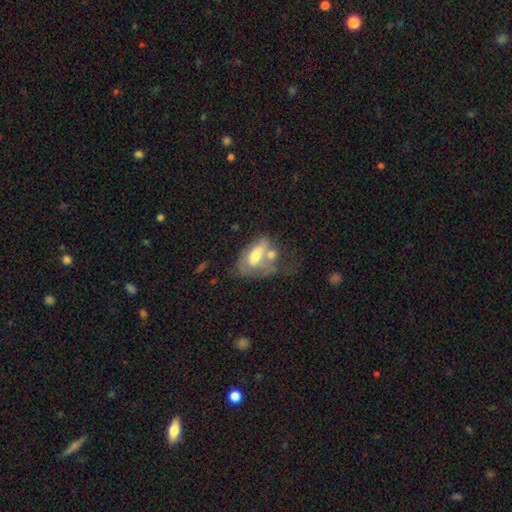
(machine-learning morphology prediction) Overall: smooth (51%; featured or disk 41%). How rounded: in between (86%). Merging: merger (39%; major disturbance 22%).